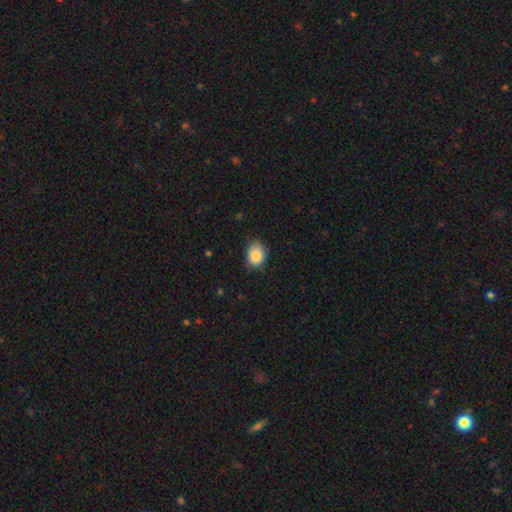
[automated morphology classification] A smooth galaxy with no disk features (85%) that is in between round and cigar-shaped (61%). Merging: none (74%).